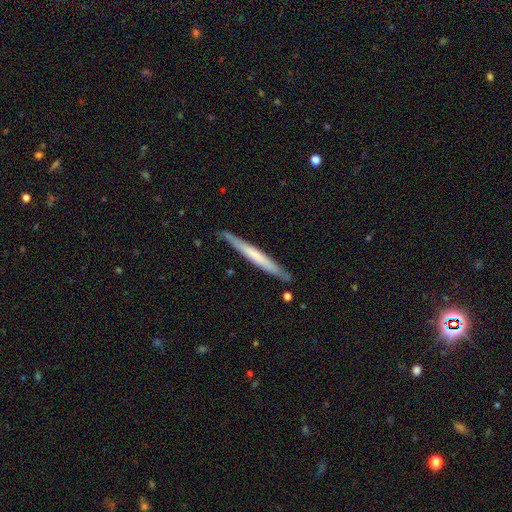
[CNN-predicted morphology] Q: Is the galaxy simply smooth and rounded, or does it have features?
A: smooth — 52%.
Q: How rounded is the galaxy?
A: cigar-shaped — 97%.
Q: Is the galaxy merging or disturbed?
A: none — 86%.